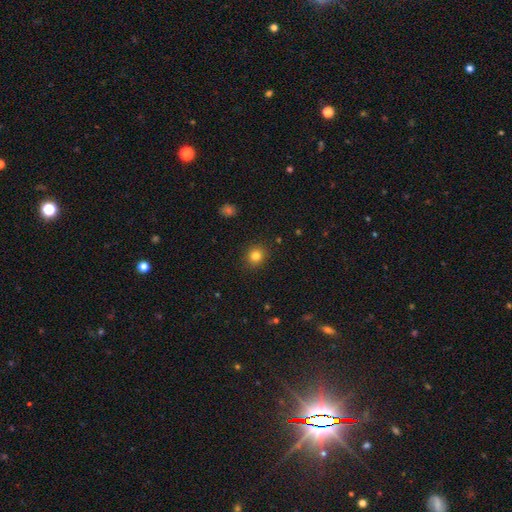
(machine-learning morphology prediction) This is clearly a smooth galaxy (82%). How rounded: clearly round (83%). Merging: clearly none (90%).